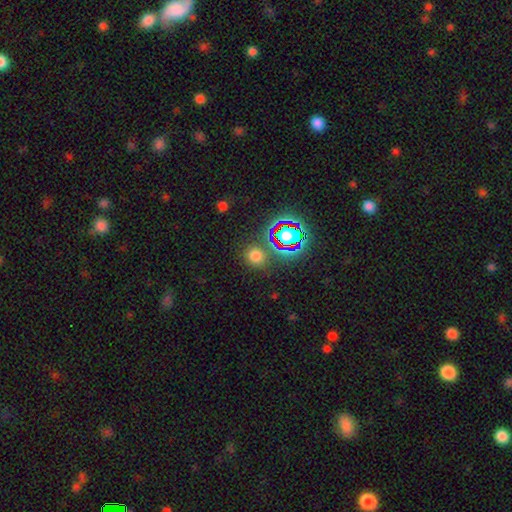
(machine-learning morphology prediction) Smooth or featured? Predicted: smooth (p=0.64). How rounded? Predicted: round (p=0.86). Merging? Predicted: none (p=0.80).